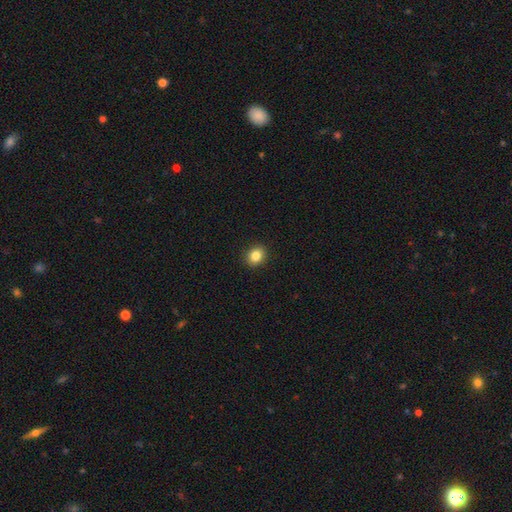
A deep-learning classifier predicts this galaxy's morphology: Smooth or featured? Predicted: smooth (p=0.84). How rounded? Predicted: round (p=0.63). Merging? Predicted: none (p=0.91).